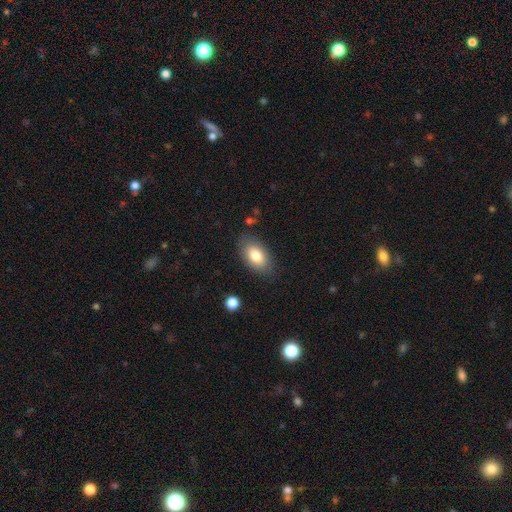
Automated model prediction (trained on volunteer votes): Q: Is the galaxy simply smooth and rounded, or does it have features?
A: smooth — 80%.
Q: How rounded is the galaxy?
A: in between — 93%.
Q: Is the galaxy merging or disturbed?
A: none — 82%.